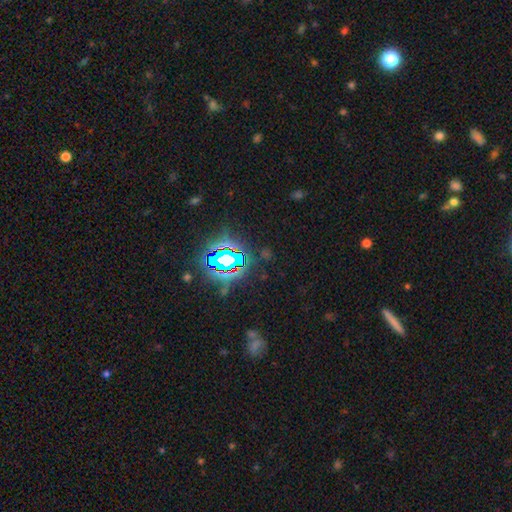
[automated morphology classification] The model was most divided on "smooth or featured": star or artifact: 81%, smooth: 12%, featured or disk: 8%.